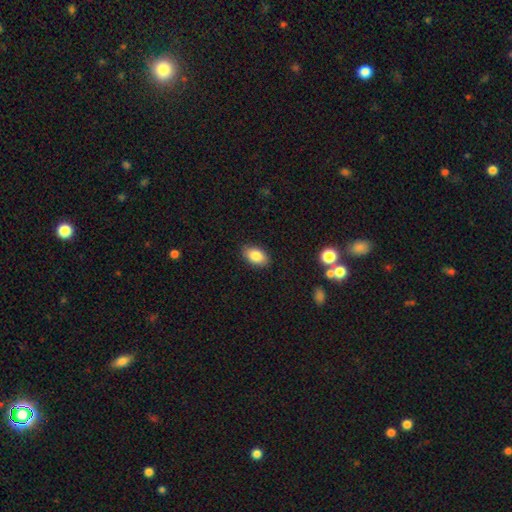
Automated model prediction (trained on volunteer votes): This appears to be a smooth galaxy with no disk features (86%) that is in between round and cigar-shaped (91%). Merging: none (86%).